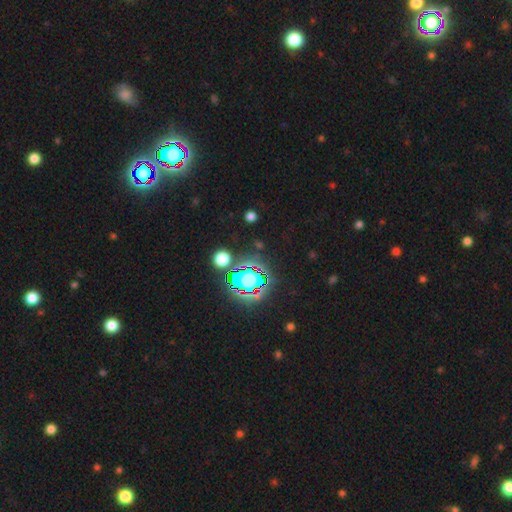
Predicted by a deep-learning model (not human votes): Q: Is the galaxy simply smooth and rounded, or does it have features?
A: star or artifact — 81%.